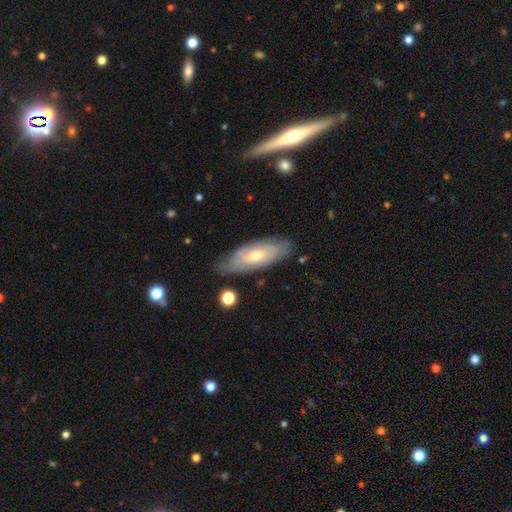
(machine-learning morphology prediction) Smooth or featured? featured or disk (47%)
Merging? none (73%)